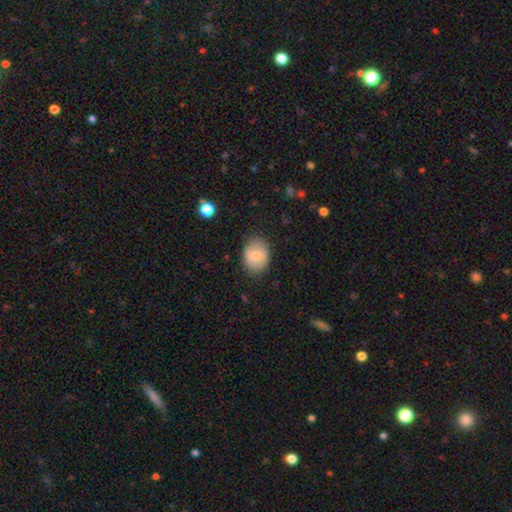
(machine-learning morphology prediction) type=smooth (76%); roundness=in between (64%); merging=none (83%).